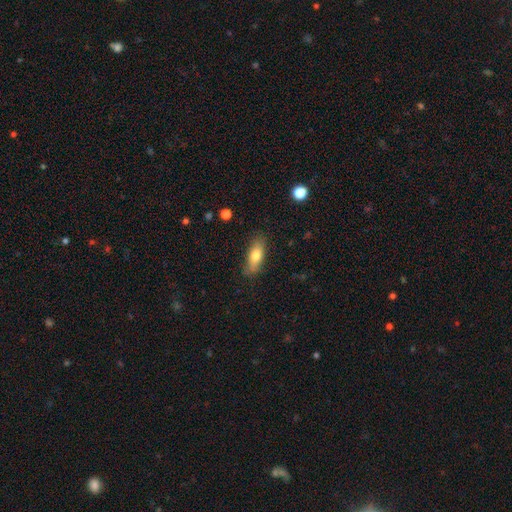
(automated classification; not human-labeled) Smooth or featured: smooth — 72% (featured or disk — 21%)
How rounded: in between — 68% (cigar-shaped — 29%)
Merging: none — 77% (minor disturbance — 17%)